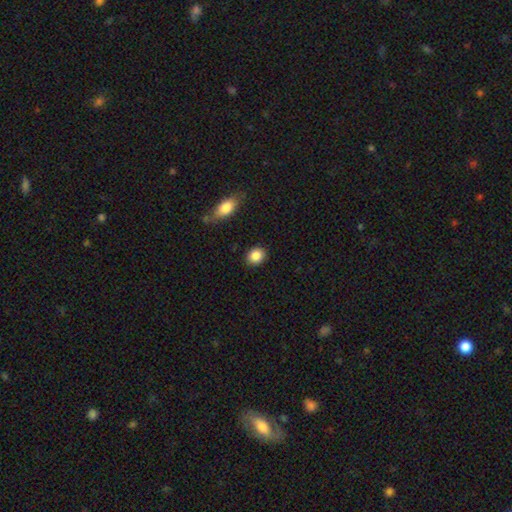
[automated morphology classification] smooth-or-featured: smooth: 86% | star or artifact: 8% | featured or disk: 5%
  how-rounded: round: 69% | in between: 29% | cigar-shaped: 1%
  merging: none: 88% | minor disturbance: 8% | major disturbance: 2% | merger: 2%